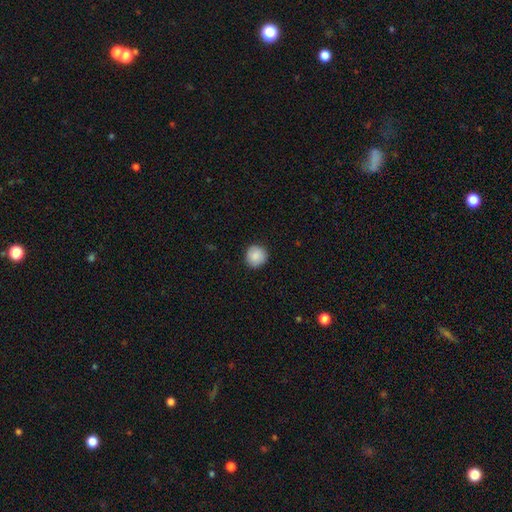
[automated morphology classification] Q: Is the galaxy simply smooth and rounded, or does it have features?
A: smooth — 88%.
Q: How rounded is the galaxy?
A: round — 94%.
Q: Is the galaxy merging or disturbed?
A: none — 90%.